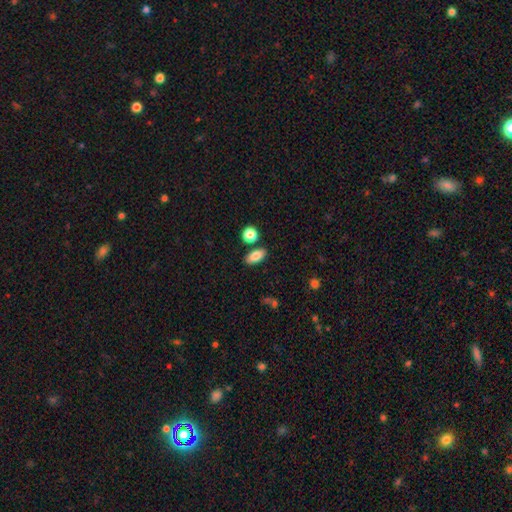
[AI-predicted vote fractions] smooth-or-featured: smooth: 83% | featured or disk: 9% | star or artifact: 8%
  how-rounded: in between: 87% | round: 7% | cigar-shaped: 6%
  merging: none: 81% | minor disturbance: 9% | merger: 7% | major disturbance: 2%